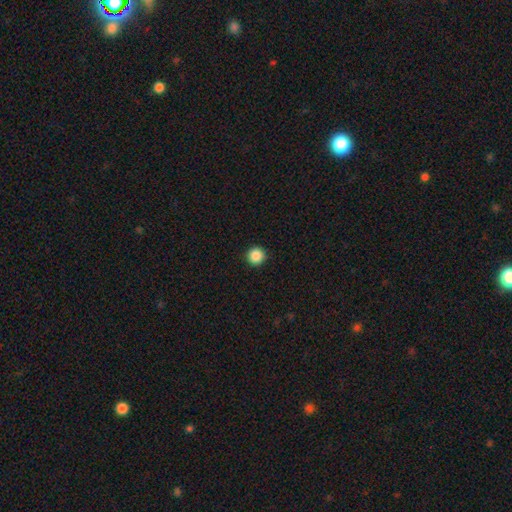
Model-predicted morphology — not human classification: smooth_or_featured: smooth (p=0.87) [alt: star or artifact p=0.10]
how_rounded: round (p=0.96) [alt: in between p=0.03]
merging: none (p=0.93) [alt: minor disturbance p=0.05]